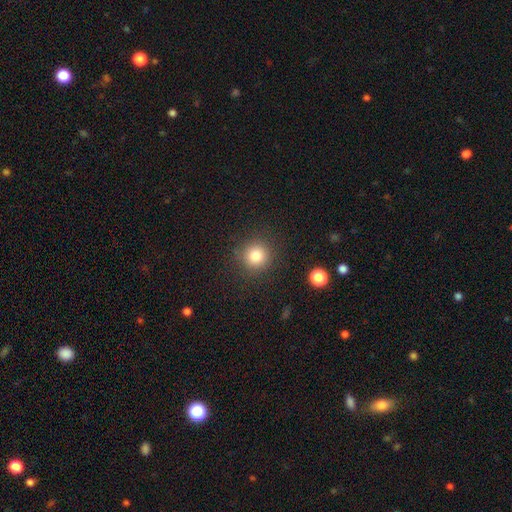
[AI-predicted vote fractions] Q: Smooth or featured?
A: smooth (81%); runner-up: star or artifact (12%)
Q: How rounded?
A: round (93%); runner-up: in between (6%)
Q: Merging?
A: none (89%); runner-up: minor disturbance (7%)